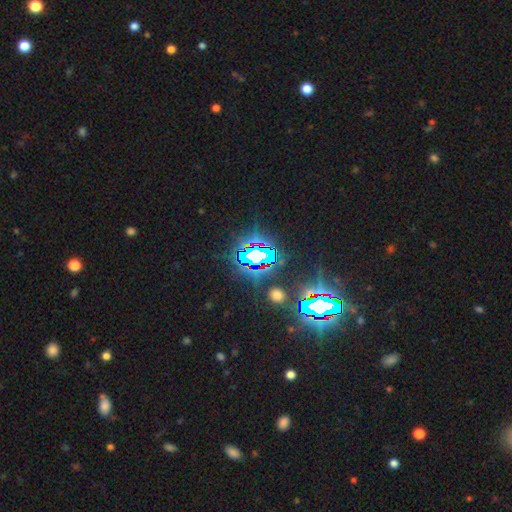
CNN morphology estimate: The model was most divided on "smooth or featured": star or artifact: 75%, smooth: 13%, featured or disk: 12%.